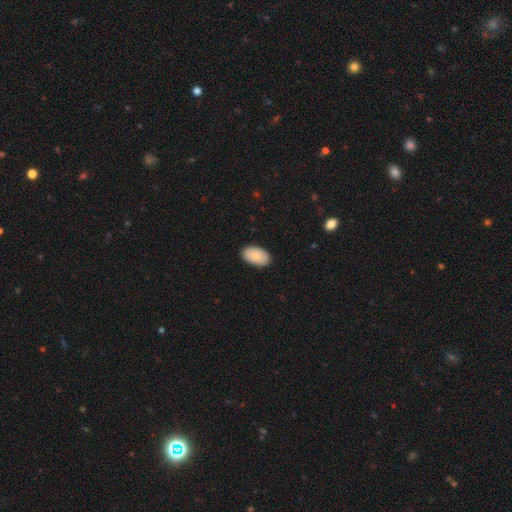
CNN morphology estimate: Q: Smooth or featured?
A: smooth (82%); runner-up: featured or disk (12%)
Q: How rounded?
A: in between (94%); runner-up: round (5%)
Q: Merging?
A: none (88%); runner-up: minor disturbance (9%)